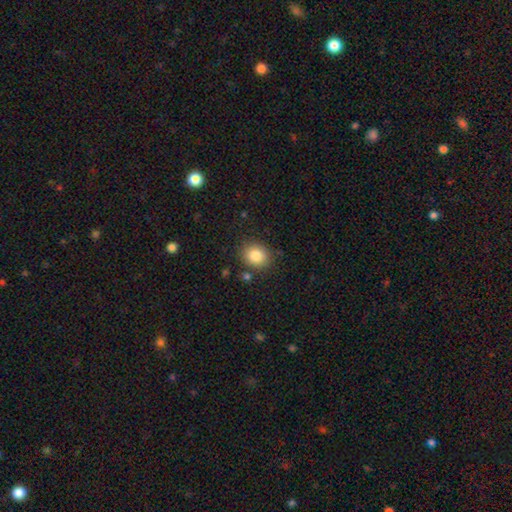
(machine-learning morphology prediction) Smooth or featured: smooth — 84% (star or artifact — 9%)
How rounded: round — 66% (in between — 33%)
Merging: none — 84% (minor disturbance — 10%)